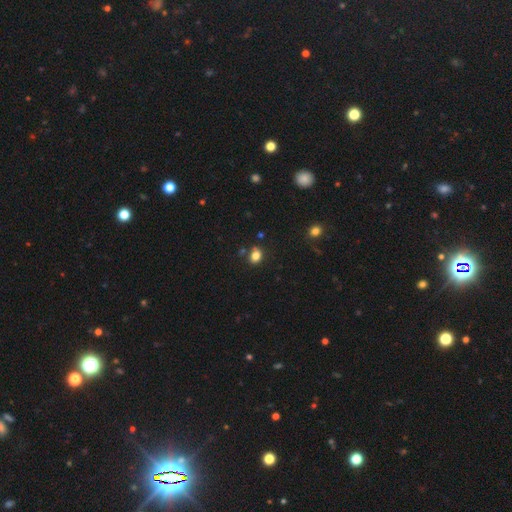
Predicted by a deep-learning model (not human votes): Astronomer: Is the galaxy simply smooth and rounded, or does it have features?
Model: smooth — 81%.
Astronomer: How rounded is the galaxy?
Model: in between — 57% (runner-up: round, 42%).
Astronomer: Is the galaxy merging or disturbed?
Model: none — 72%.